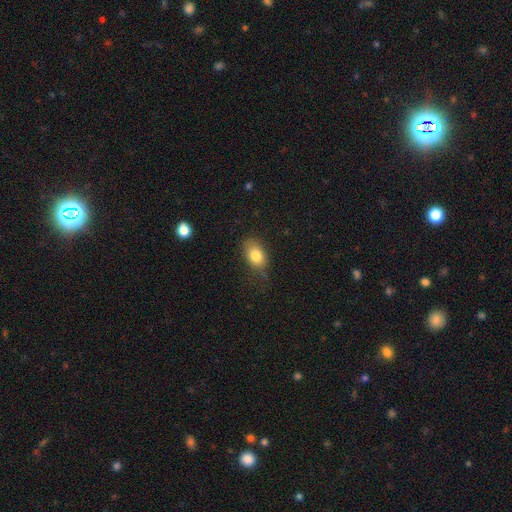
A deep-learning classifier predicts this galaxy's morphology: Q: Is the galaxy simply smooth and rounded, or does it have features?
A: smooth — 81%.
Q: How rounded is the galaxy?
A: in between — 83%.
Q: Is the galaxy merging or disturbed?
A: none — 68%.